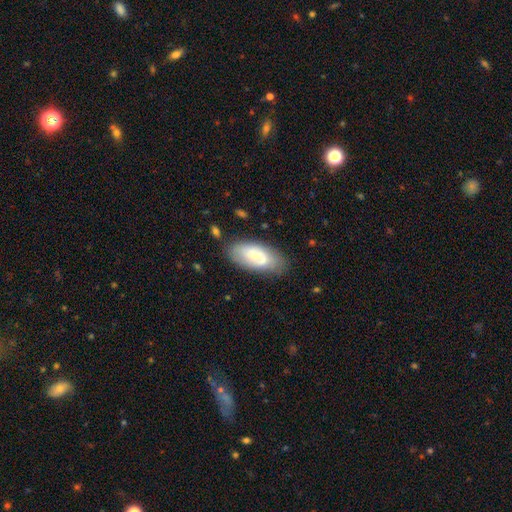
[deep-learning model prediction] This is possibly a smooth galaxy (59%). How rounded: clearly in between (90%). Merging: likely none (73%).